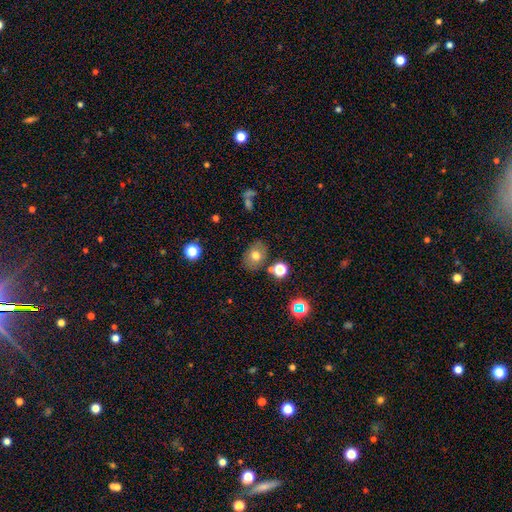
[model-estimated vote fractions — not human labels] A smooth galaxy with no disk features (70%) that is in between round and cigar-shaped (60%).

Vote fractions:
- Smooth or featured? smooth: 70% / featured or disk: 17% / star or artifact: 13%
- How rounded? in between: 60% / round: 39% / cigar-shaped: 1%
- Merging? none: 78% / minor disturbance: 12% / merger: 6% / major disturbance: 4%